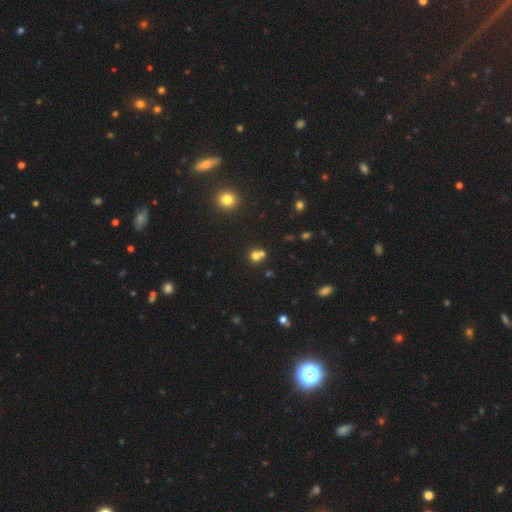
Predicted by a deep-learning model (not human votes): The model was most divided on "merging": none: 49%, merger: 42%, minor disturbance: 6%, major disturbance: 3%. More confident: how rounded — round (85%); smooth or featured — smooth (68%).